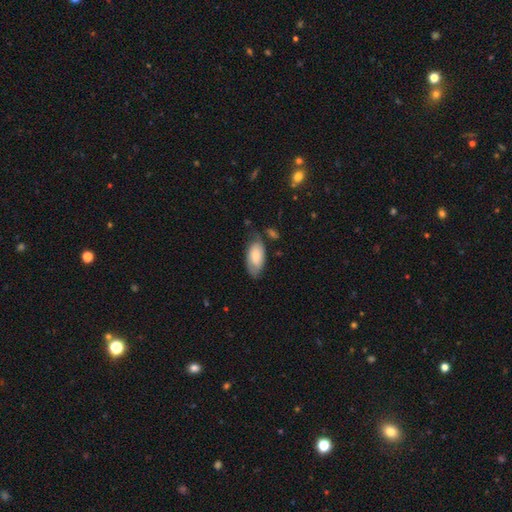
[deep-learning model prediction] Smooth or featured? smooth (73%)
How rounded? in between (93%)
Merging? none (56%)